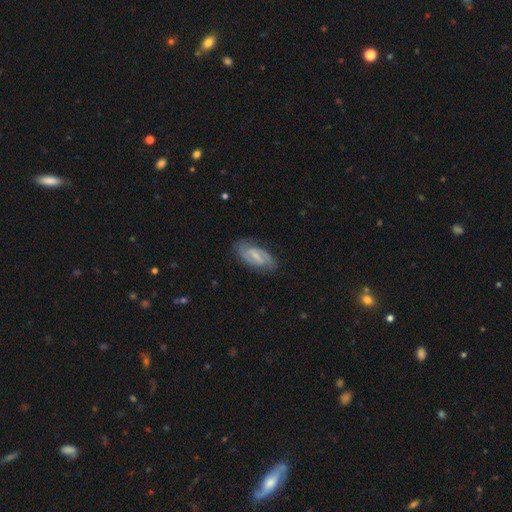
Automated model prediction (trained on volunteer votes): smooth-or-featured: featured or disk: 71% | smooth: 22% | star or artifact: 6%
  disk-edge-on: no: 93% | yes: 7%
    bar: weak: 48% | strong: 39% | no: 14%
    has-spiral-arms: yes: 86% | no: 14%
      spiral-winding: medium: 47% | tight: 34% | loose: 19%
      spiral-arm-count: 2: 82% | can't tell: 12% | 1: 3% | 3: 2% | 4: 1% | more than 4: 1%
    bulge-size: small: 55% | moderate: 23% | none: 20% | large: 2% | dominant: 1%
  merging: none: 79% | minor disturbance: 15% | major disturbance: 4% | merger: 1%